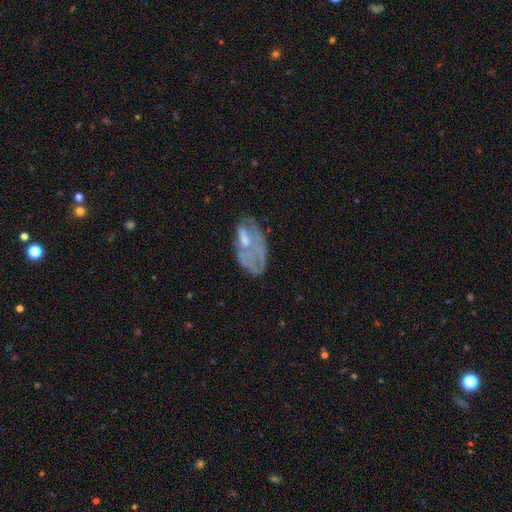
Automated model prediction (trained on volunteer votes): Smooth or featured: featured or disk — 53% (smooth — 36%)
Edge-on disk: no — 92% (yes — 8%)
Merging: none — 42% (major disturbance — 27%)